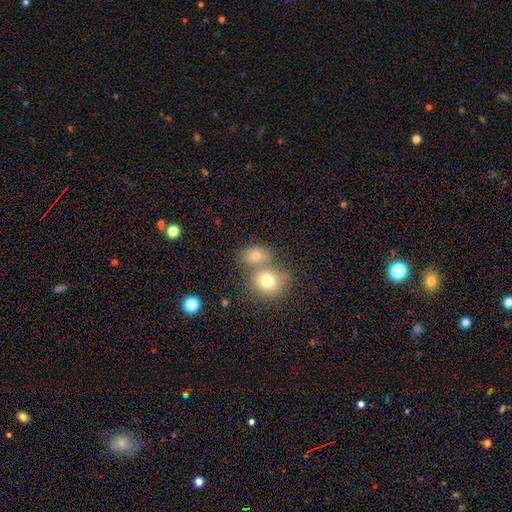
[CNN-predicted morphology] This is likely a smooth galaxy (78%). How rounded: possibly in between (51%). Merging: possibly merger (48%).